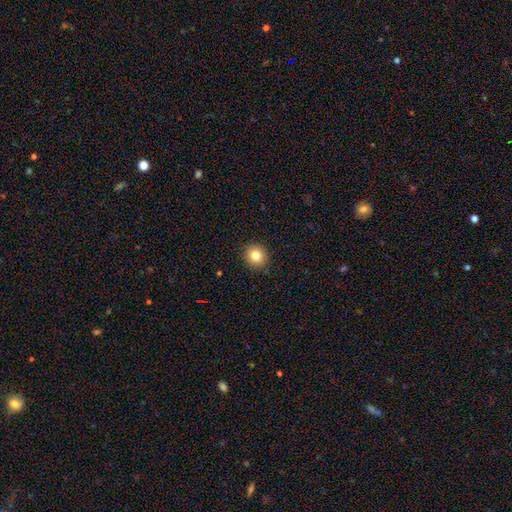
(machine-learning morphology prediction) This is clearly a smooth galaxy (82%). How rounded: clearly round (89%). Merging: clearly none (91%).